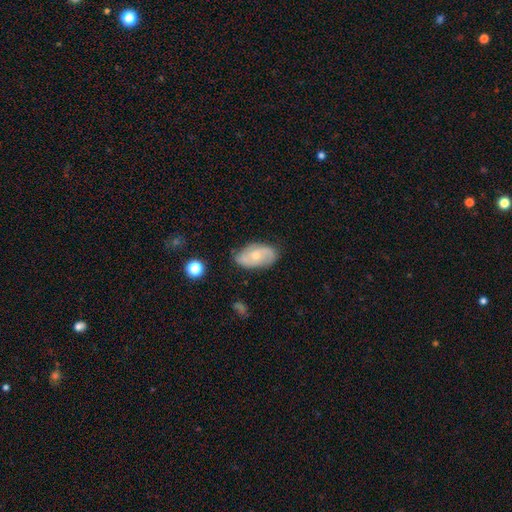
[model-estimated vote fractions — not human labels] featured or disk 59%, smooth 34%, star or artifact 7%. Down the decision tree: edge-on disk — no (94%); bar — no (68%); spiral arms — yes (84%); bulge size — small (49%); merging — none (73%).